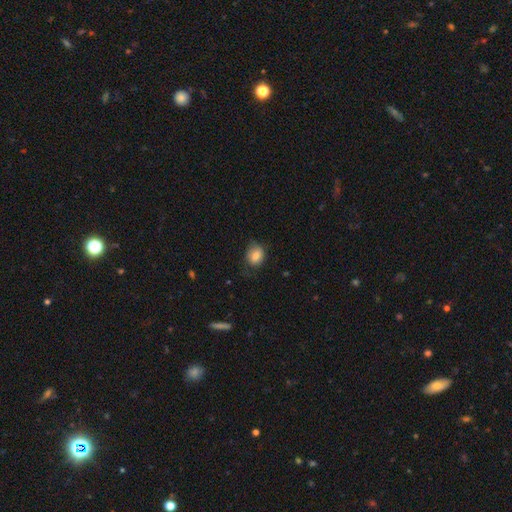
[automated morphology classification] Smooth or featured? smooth (80%)
How rounded? in between (55%)
Merging? none (62%)